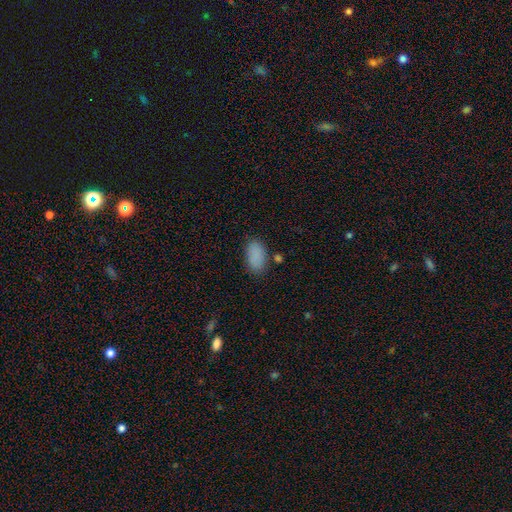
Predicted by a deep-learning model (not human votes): Smooth or featured? smooth (87%)
How rounded? in between (93%)
Merging? none (80%)